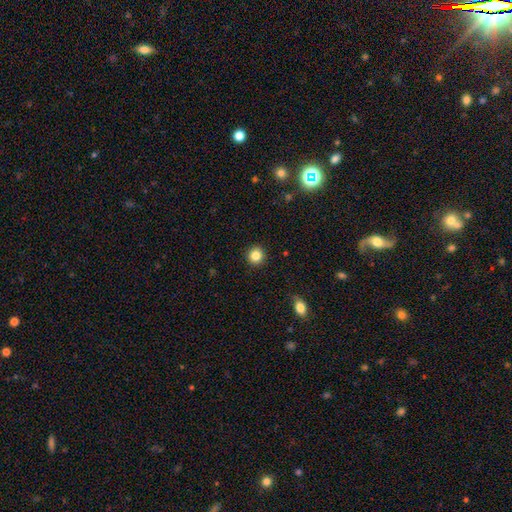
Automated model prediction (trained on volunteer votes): Smooth or featured?
  - smooth: 85% *
  - star or artifact: 11%
  - featured or disk: 5%
How rounded?
  - round: 94% *
  - in between: 5%
  - cigar-shaped: 1%
Merging?
  - none: 93% *
  - minor disturbance: 5%
  - major disturbance: 2%
  - merger: 1%